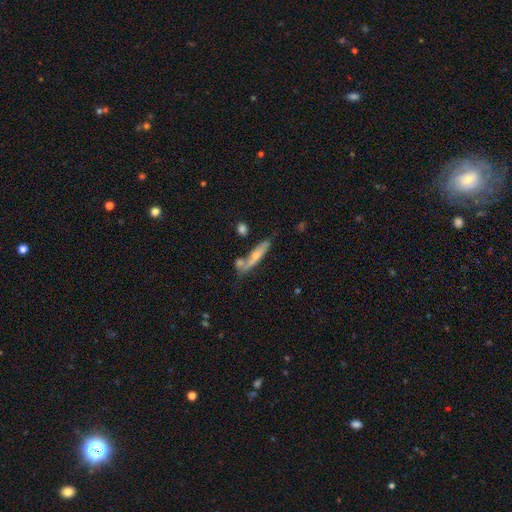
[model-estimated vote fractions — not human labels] Smooth or featured: featured or disk — 58% (smooth — 35%)
Edge-on disk: yes — 70% (no — 30%)
Merging: none — 54% (merger — 20%)